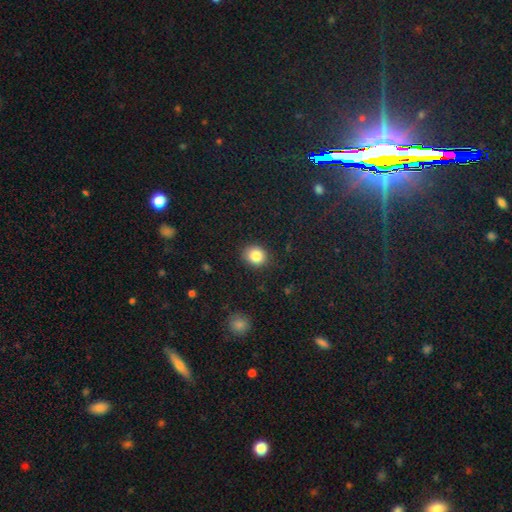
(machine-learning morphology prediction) Overall: smooth (85%). How rounded: round (74%). Merging: none (88%).